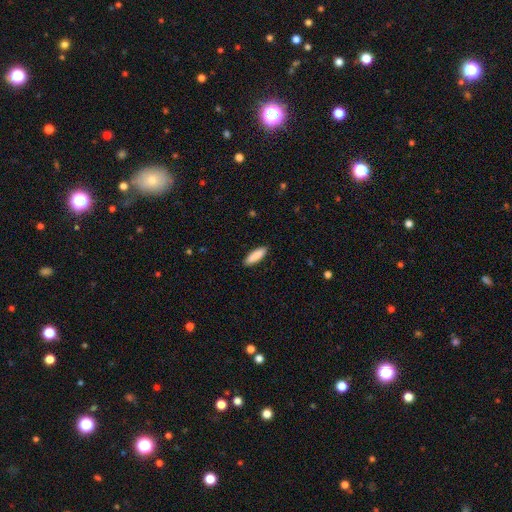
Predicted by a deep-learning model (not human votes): smooth-or-featured: smooth: 89% | star or artifact: 5% | featured or disk: 5%
  how-rounded: cigar-shaped: 53% | in between: 46% | round: 1%
  merging: none: 90% | minor disturbance: 7% | major disturbance: 2% | merger: 1%